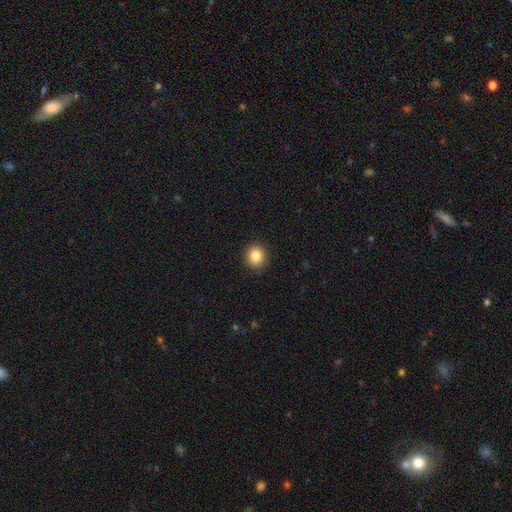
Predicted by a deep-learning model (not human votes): This is clearly a smooth galaxy (85%). How rounded: clearly round (85%). Merging: clearly none (92%).